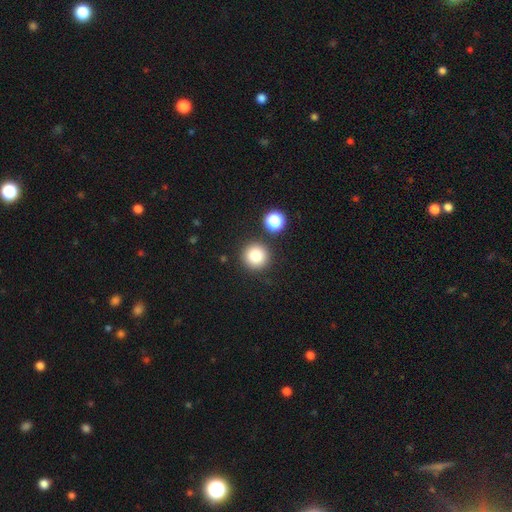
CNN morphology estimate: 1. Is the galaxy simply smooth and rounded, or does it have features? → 81% smooth, 12% star or artifact, 7% featured or disk.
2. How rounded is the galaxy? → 96% round, 3% in between, 1% cigar-shaped.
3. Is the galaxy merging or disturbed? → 86% none, 6% minor disturbance, 6% merger, 2% major disturbance.